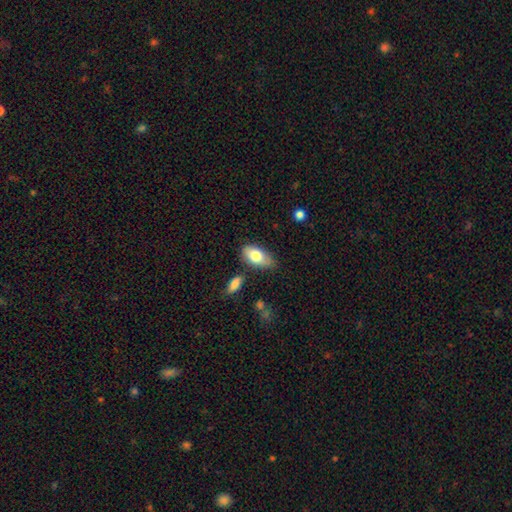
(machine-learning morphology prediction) A smooth galaxy with no disk features (77%) that is in between round and cigar-shaped (92%). Merging: none (65%).